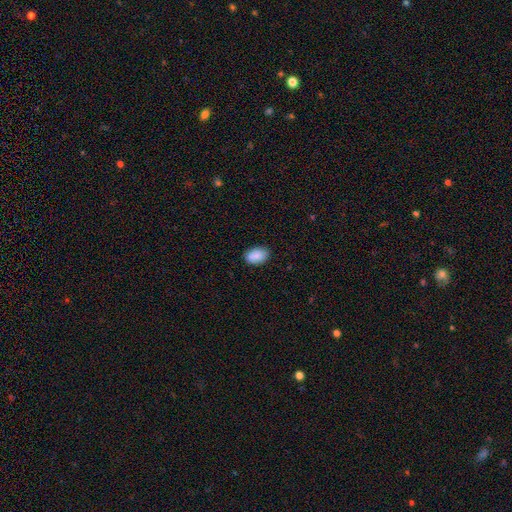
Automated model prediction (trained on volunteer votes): Overall: smooth (89%). How rounded: in between (87%). Merging: none (84%).